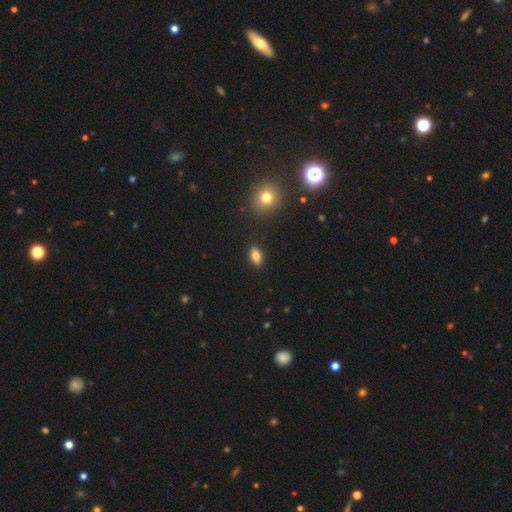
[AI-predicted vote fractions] A smooth galaxy with no disk features (84%) that is in between round and cigar-shaped (89%). Merging: none (88%).